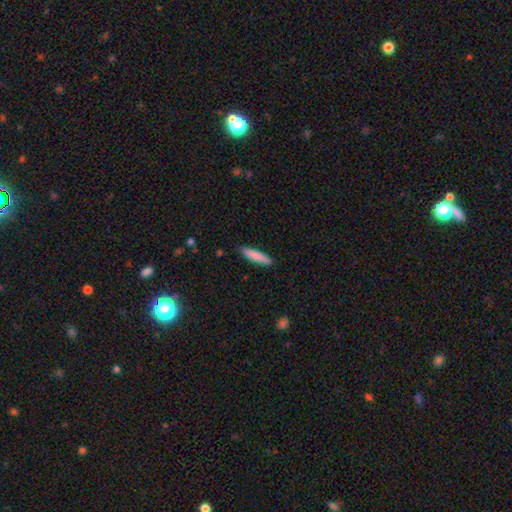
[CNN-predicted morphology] Overall: smooth (84%). How rounded: cigar-shaped (82%). Merging: none (89%).